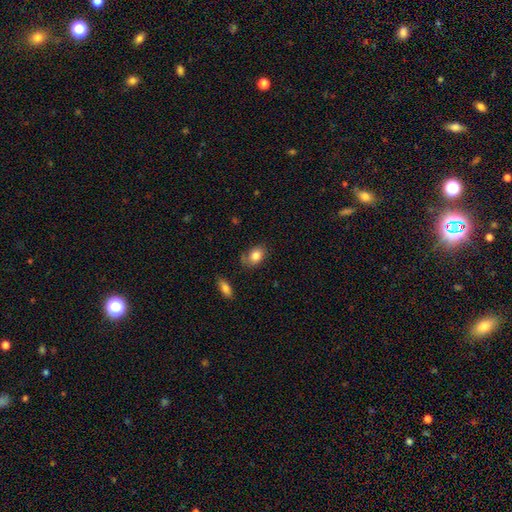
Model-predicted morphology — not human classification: A smooth galaxy with no disk features (82%) that is in between round and cigar-shaped (70%). Merging: none (64%).